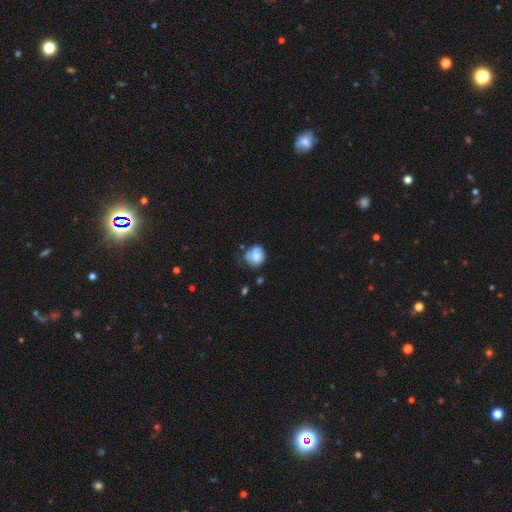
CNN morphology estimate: smooth 72%, featured or disk 19%, star or artifact 9%. Down the decision tree: how rounded — round (79%); merging — none (47%).